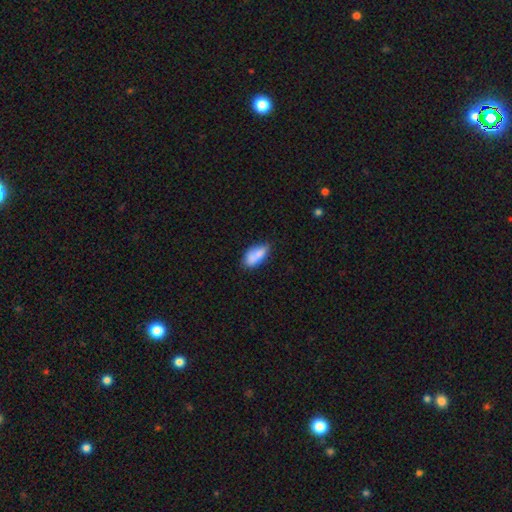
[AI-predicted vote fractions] This appears to be a smooth galaxy with no disk features (80%) that is in between round and cigar-shaped (85%). Merging: none (54%).